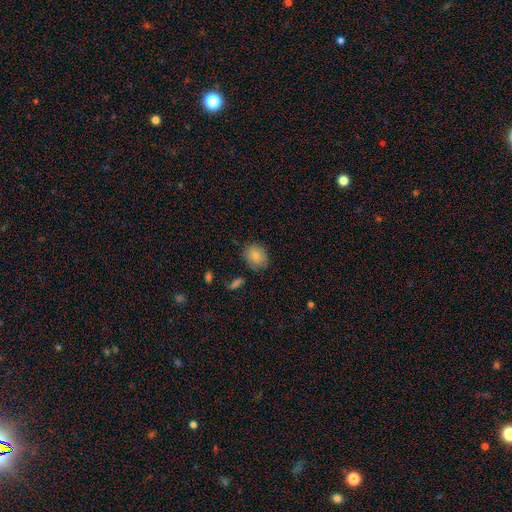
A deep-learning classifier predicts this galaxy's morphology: Smooth or featured?
  - smooth: 78% *
  - featured or disk: 14%
  - star or artifact: 8%
How rounded?
  - round: 59% *
  - in between: 40%
  - cigar-shaped: 1%
Merging?
  - none: 73% *
  - minor disturbance: 19%
  - major disturbance: 5%
  - merger: 3%